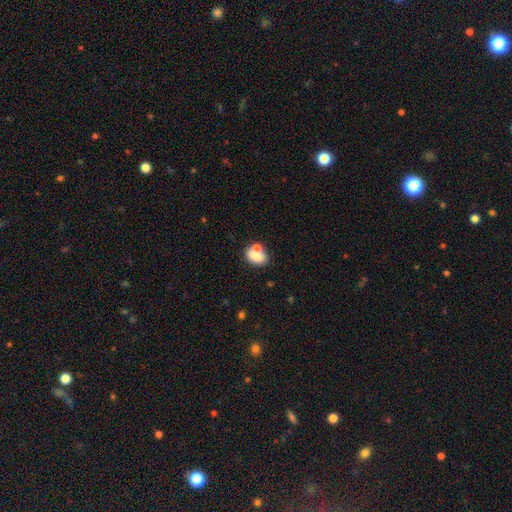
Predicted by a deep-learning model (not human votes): smooth 75%, featured or disk 16%, star or artifact 9%. Down the decision tree: how rounded — in between (76%); merging — none (47%).